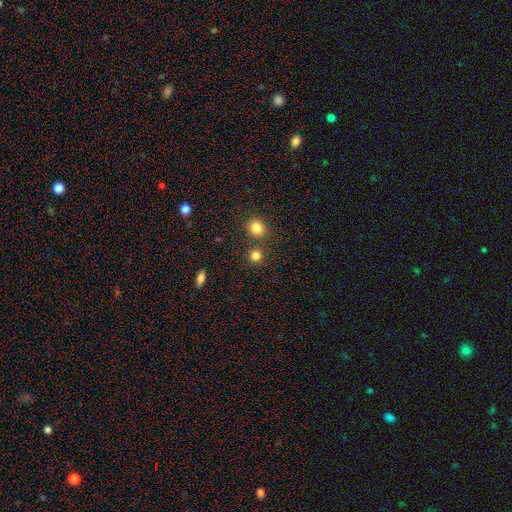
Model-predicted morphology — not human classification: The model was most divided on "merging": none: 74%, merger: 15%, minor disturbance: 7%, major disturbance: 3%. More confident: how rounded — round (87%); smooth or featured — smooth (82%).